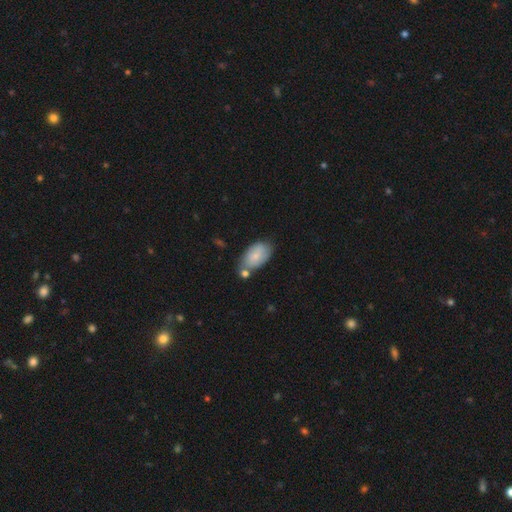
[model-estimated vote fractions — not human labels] This is likely a smooth galaxy (76%). How rounded: clearly in between (94%). Merging: possibly none (56%).